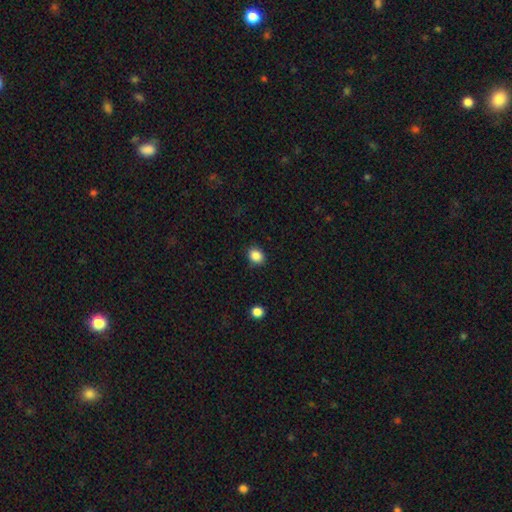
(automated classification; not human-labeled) Smooth or featured: smooth — 87% (star or artifact — 10%)
How rounded: round — 51% (in between — 49%)
Merging: none — 85% (minor disturbance — 11%)